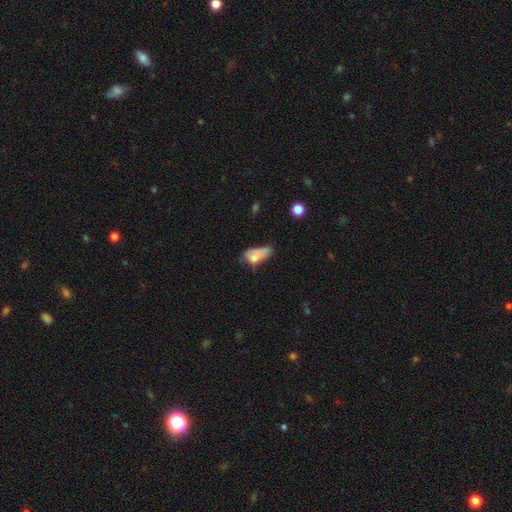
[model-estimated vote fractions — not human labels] The model was most divided on "merging": major disturbance: 33%, minor disturbance: 27%, none: 22%, merger: 18%. More confident: how rounded — in between (82%); smooth or featured — smooth (63%).